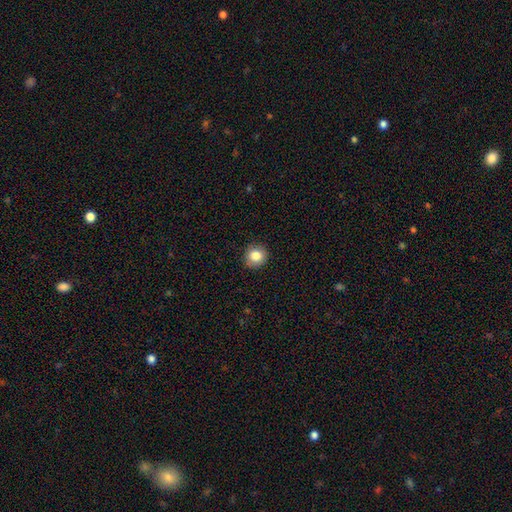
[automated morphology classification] type=smooth (84%); roundness=round (90%); merging=none (89%).